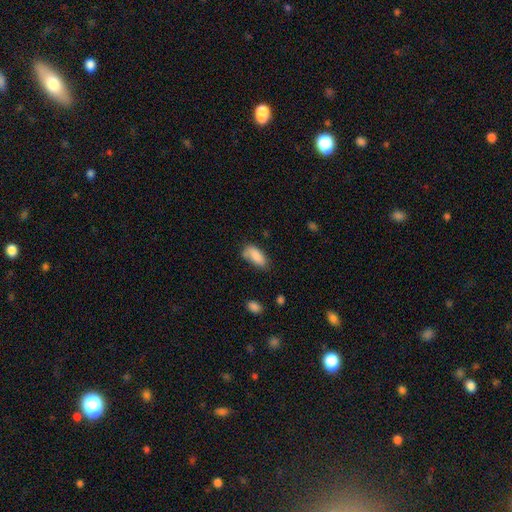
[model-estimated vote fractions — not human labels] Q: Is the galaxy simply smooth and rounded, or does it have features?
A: smooth — 84%.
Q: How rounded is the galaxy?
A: in between — 88%.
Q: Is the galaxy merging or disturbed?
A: none — 59%.